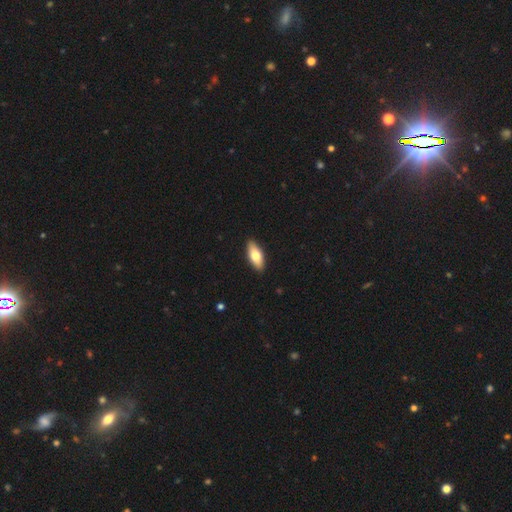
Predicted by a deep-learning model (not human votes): Q: Smooth or featured?
A: smooth (69%); runner-up: featured or disk (26%)
Q: How rounded?
A: in between (77%); runner-up: cigar-shaped (21%)
Q: Merging?
A: none (90%); runner-up: minor disturbance (7%)